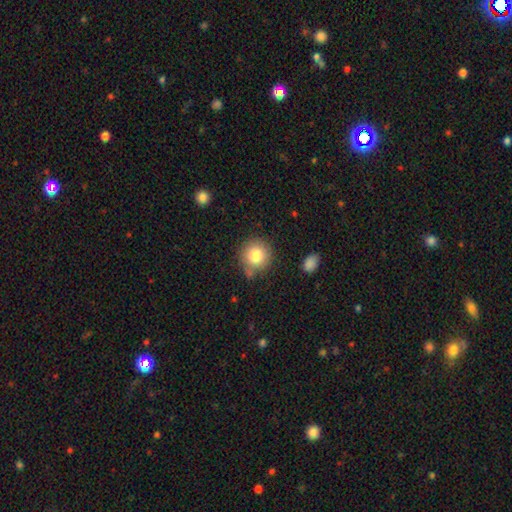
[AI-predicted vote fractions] Overall: smooth (81%). How rounded: round (92%). Merging: none (76%).